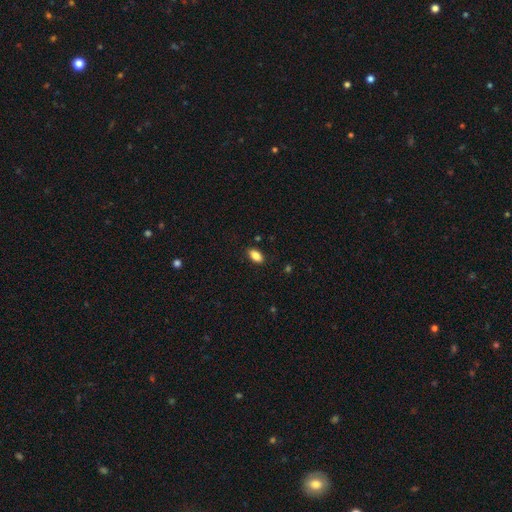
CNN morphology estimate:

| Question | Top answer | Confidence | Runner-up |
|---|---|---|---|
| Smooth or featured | smooth | 86% | star or artifact (8%) |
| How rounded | in between | 91% | round (5%) |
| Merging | none | 87% | minor disturbance (10%) |